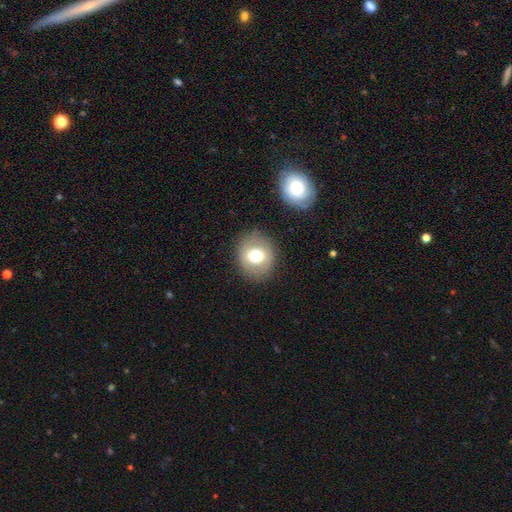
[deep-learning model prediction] The model was most divided on "how rounded": round: 67%, in between: 32%, cigar-shaped: 1%. More confident: merging — none (85%); smooth or featured — smooth (68%).